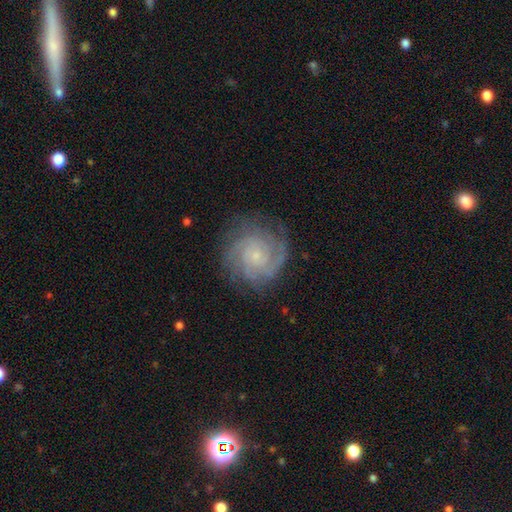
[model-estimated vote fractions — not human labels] Smooth or featured?
  - featured or disk: 84% *
  - smooth: 10%
  - star or artifact: 7%
Edge-on disk?
  - no: 98% *
  - yes: 2%
Bar?
  - no: 74% *
  - weak: 22%
  - strong: 4%
Spiral arms?
  - yes: 97% *
  - no: 3%
Spiral winding?
  - tight: 68% *
  - medium: 27%
  - loose: 5%
Spiral arm count?
  - 3: 27% *
  - can't tell: 24%
  - 2: 19%
  - 4: 16%
  - more than 4: 7%
  - 1: 7%
Bulge size?
  - small: 75% *
  - moderate: 16%
  - none: 6%
  - large: 1%
  - dominant: 1%
Merging?
  - none: 79% *
  - minor disturbance: 14%
  - major disturbance: 6%
  - merger: 1%